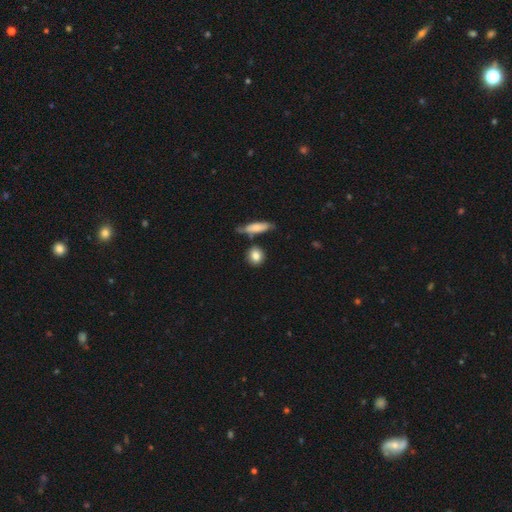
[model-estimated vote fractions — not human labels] Overall: smooth (83%). How rounded: round (76%). Merging: none (77%).